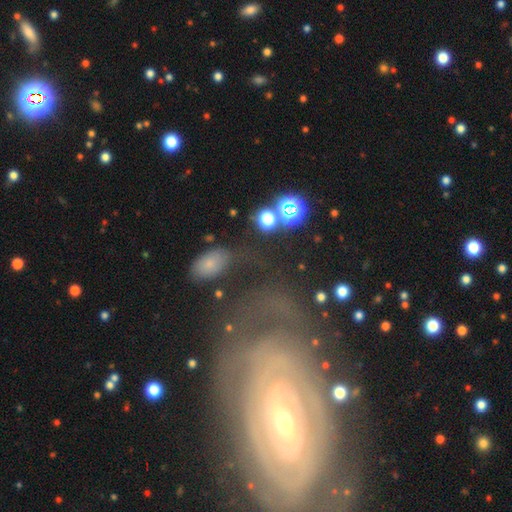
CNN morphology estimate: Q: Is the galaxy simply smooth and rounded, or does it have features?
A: featured or disk — 53%.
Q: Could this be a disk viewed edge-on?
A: no — 92%.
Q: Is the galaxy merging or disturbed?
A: none — 62%.